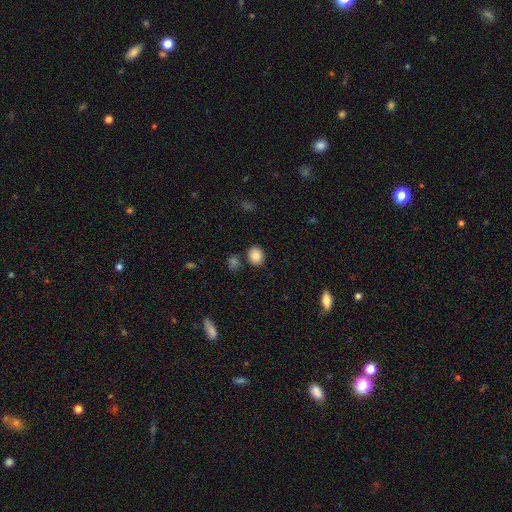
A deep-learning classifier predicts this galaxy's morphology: smooth 87%, star or artifact 9%, featured or disk 4%. Down the decision tree: how rounded — round (60%); merging — none (81%).